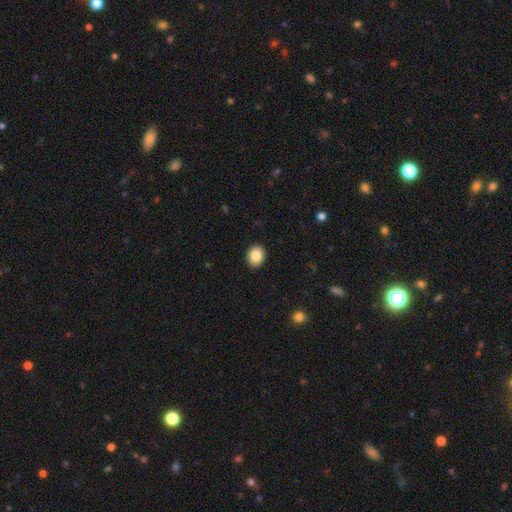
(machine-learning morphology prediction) This is clearly a smooth galaxy (85%). How rounded: possibly round (57%). Merging: clearly none (92%).